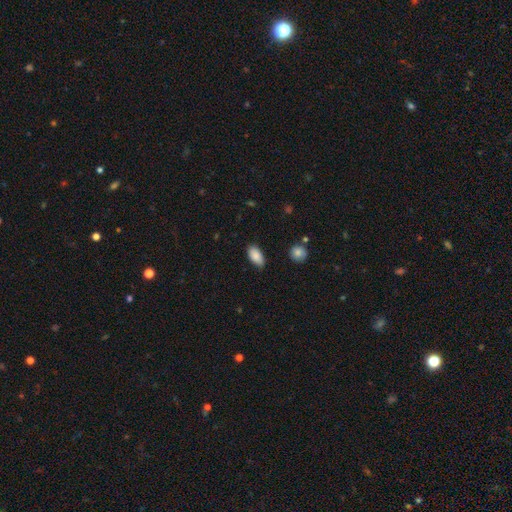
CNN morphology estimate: smooth_or_featured: smooth (p=0.88) [alt: star or artifact p=0.07]
how_rounded: in between (p=0.92) [alt: cigar-shaped p=0.04]
merging: none (p=0.82) [alt: minor disturbance p=0.14]